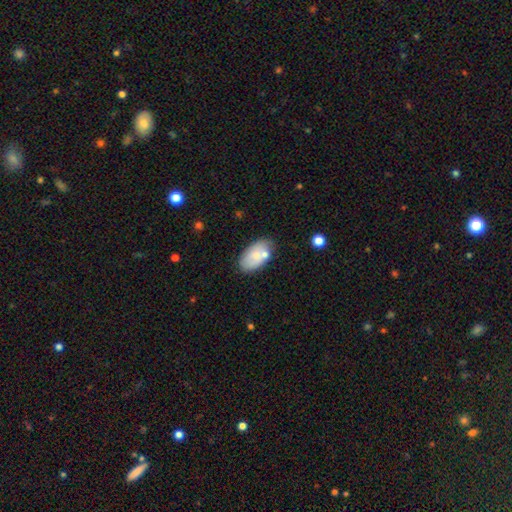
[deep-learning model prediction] smooth 71%, featured or disk 22%, star or artifact 7%. Down the decision tree: how rounded — in between (94%); merging — none (63%).